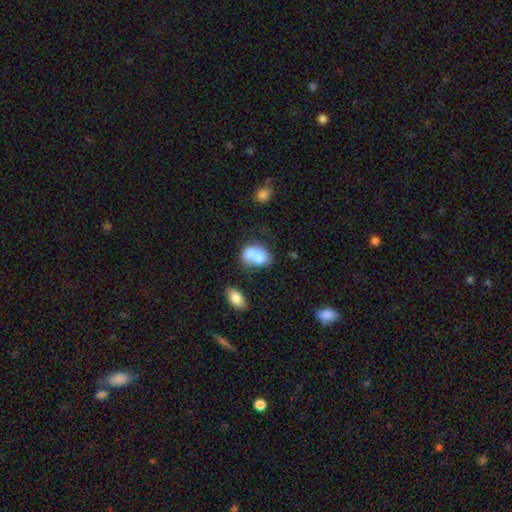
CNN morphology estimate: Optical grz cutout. It shows a smooth galaxy with no disk features (70%) that is in between round and cigar-shaped (58%). Merging: merger (68%).